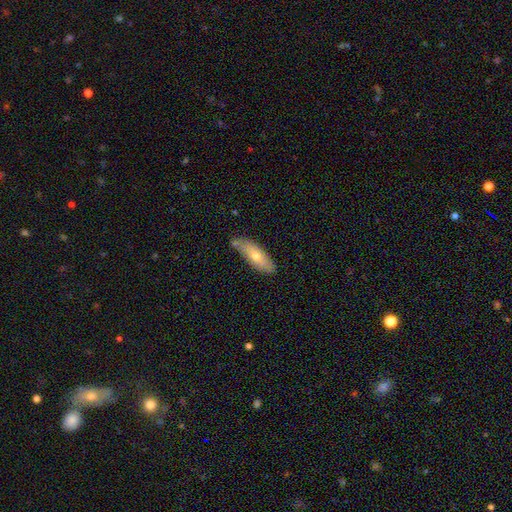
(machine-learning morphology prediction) smooth_or_featured: smooth (p=0.62) [alt: featured or disk p=0.32]
how_rounded: in between (p=0.54) [alt: cigar-shaped p=0.44]
merging: none (p=0.70) [alt: minor disturbance p=0.20]